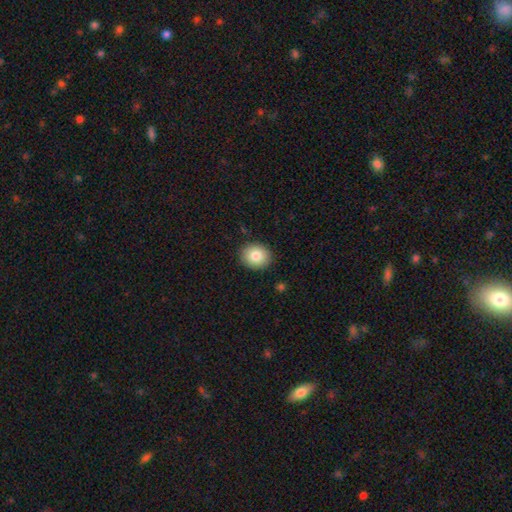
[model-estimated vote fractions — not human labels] The model was most divided on "how rounded": round: 65%, in between: 34%, cigar-shaped: 1%. More confident: merging — none (89%); smooth or featured — smooth (84%).